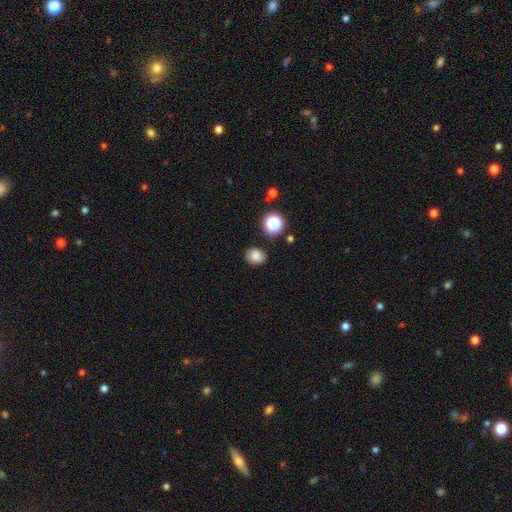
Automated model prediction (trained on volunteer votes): smooth 82%, star or artifact 12%, featured or disk 5%. Down the decision tree: how rounded — round (54%); merging — none (84%).